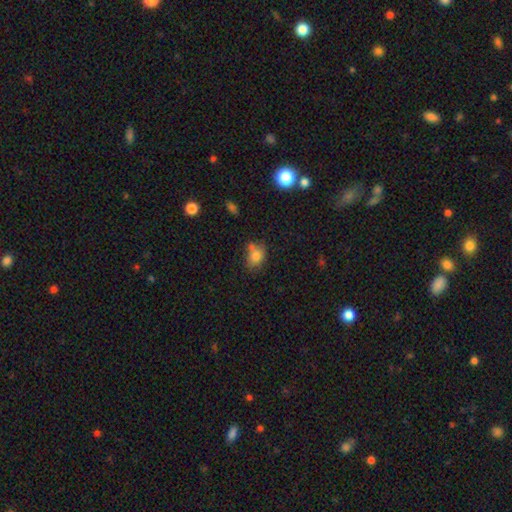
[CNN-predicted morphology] smooth_or_featured: smooth (p=0.76) [alt: star or artifact p=0.12]
how_rounded: in between (p=0.58) [alt: round p=0.41]
merging: none (p=0.55) [alt: minor disturbance p=0.22]